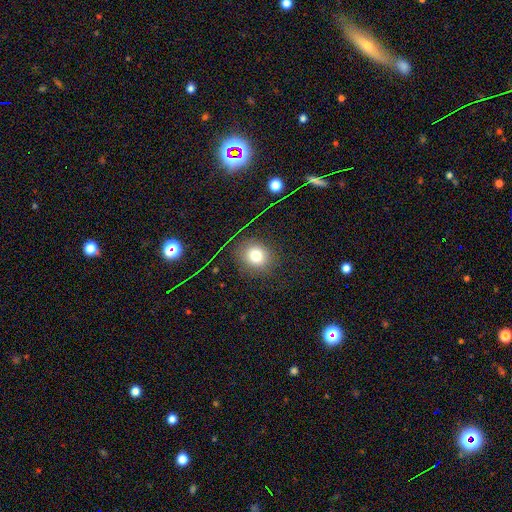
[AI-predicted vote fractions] Q: Smooth or featured?
A: smooth (75%); runner-up: star or artifact (16%)
Q: How rounded?
A: round (76%); runner-up: in between (23%)
Q: Merging?
A: none (85%); runner-up: minor disturbance (10%)